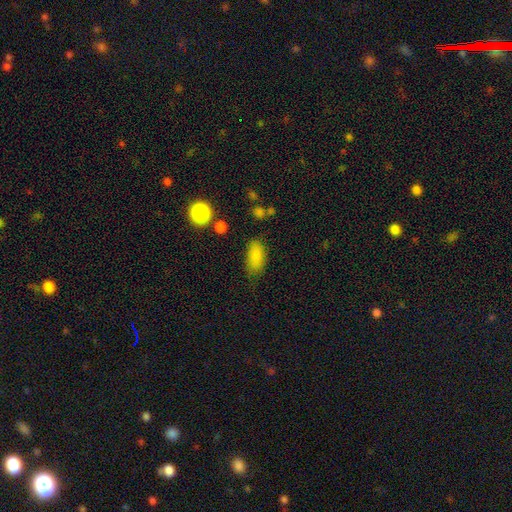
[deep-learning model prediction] Smooth or featured?
  - smooth: 83% *
  - star or artifact: 9%
  - featured or disk: 7%
How rounded?
  - in between: 88% *
  - cigar-shaped: 8%
  - round: 5%
Merging?
  - none: 75% *
  - minor disturbance: 18%
  - major disturbance: 5%
  - merger: 3%